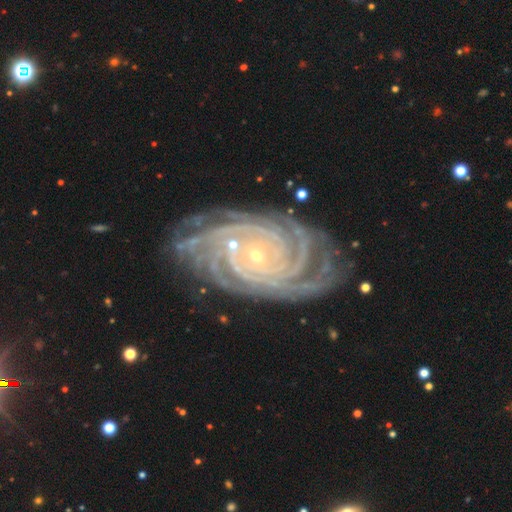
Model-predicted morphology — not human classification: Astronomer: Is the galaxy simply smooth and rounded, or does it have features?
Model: featured or disk — 93%.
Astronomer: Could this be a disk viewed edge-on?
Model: no — 97%.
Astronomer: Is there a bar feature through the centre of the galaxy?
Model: no — 69%.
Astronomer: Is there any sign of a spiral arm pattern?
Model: yes — 99%.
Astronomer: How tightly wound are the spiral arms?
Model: tight — 87%.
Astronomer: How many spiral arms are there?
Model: more than 4 — 35% (runner-up: 4, 25%).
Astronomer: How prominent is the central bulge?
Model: small — 85%.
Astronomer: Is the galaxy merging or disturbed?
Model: none — 79%.